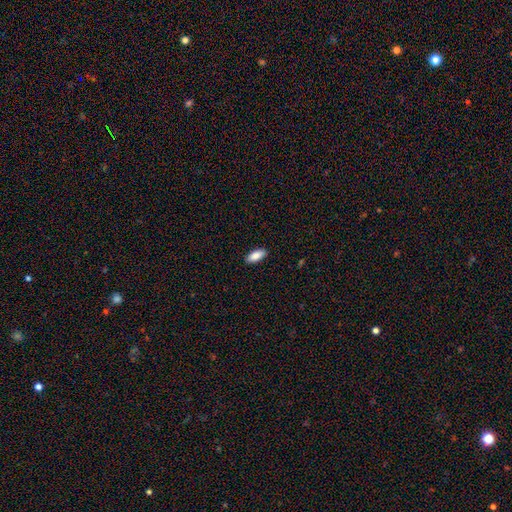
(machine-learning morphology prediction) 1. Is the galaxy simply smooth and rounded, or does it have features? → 88% smooth, 6% star or artifact, 6% featured or disk.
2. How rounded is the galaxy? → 82% in between, 16% cigar-shaped, 2% round.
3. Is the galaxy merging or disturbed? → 89% none, 8% minor disturbance, 2% major disturbance, 1% merger.